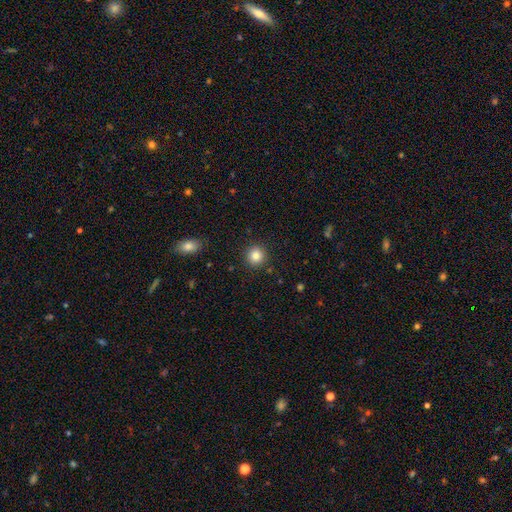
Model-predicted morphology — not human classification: A smooth galaxy with no disk features (84%) that is round (93%).

Vote fractions:
- Smooth or featured? smooth: 84% / star or artifact: 10% / featured or disk: 6%
- How rounded? round: 93% / in between: 6% / cigar-shaped: 1%
- Merging? none: 91% / minor disturbance: 6% / major disturbance: 2% / merger: 1%